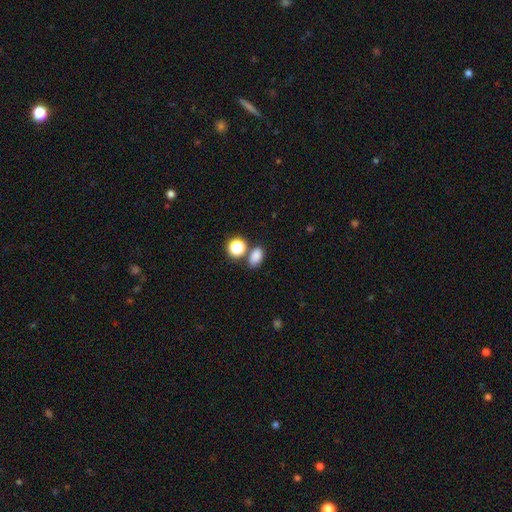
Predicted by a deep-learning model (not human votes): This appears to be a smooth galaxy with no disk features (81%) that is in between round and cigar-shaped (78%). Merging: none (70%).